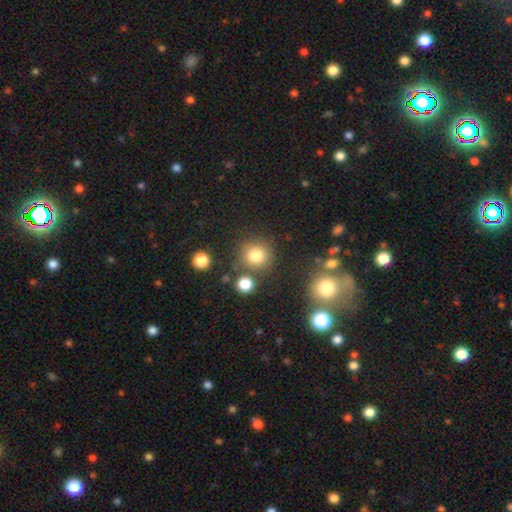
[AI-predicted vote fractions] smooth-or-featured: smooth: 78% | star or artifact: 14% | featured or disk: 8%
  how-rounded: round: 91% | in between: 8% | cigar-shaped: 1%
  merging: none: 77% | minor disturbance: 10% | merger: 9% | major disturbance: 4%